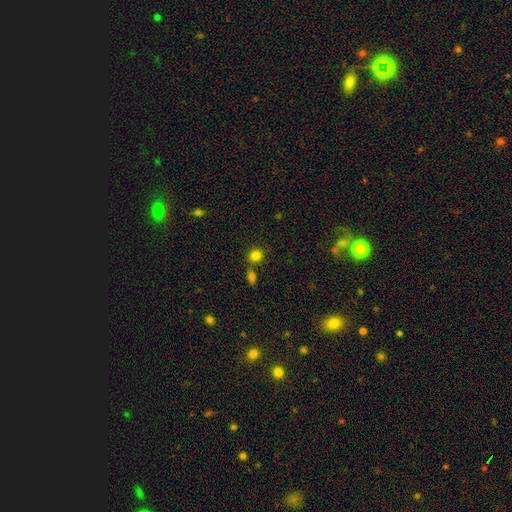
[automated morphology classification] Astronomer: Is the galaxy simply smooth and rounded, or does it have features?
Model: smooth — 82%.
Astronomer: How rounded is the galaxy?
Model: round — 77%.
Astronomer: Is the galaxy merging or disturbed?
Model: none — 71%.